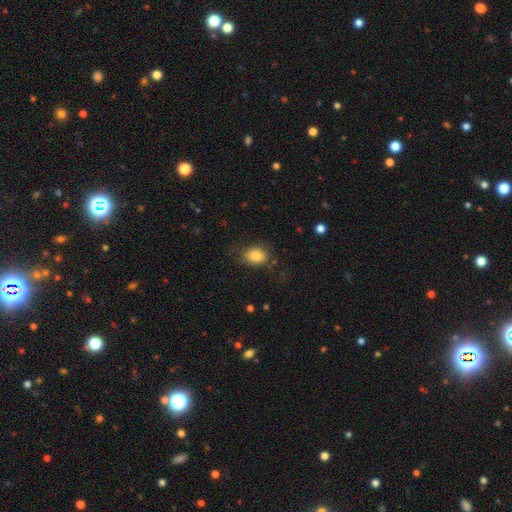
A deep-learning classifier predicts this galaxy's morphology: Smooth or featured?
  - smooth: 82% *
  - star or artifact: 9%
  - featured or disk: 9%
How rounded?
  - in between: 68% *
  - round: 31%
  - cigar-shaped: 1%
Merging?
  - none: 67% *
  - minor disturbance: 22%
  - major disturbance: 9%
  - merger: 2%